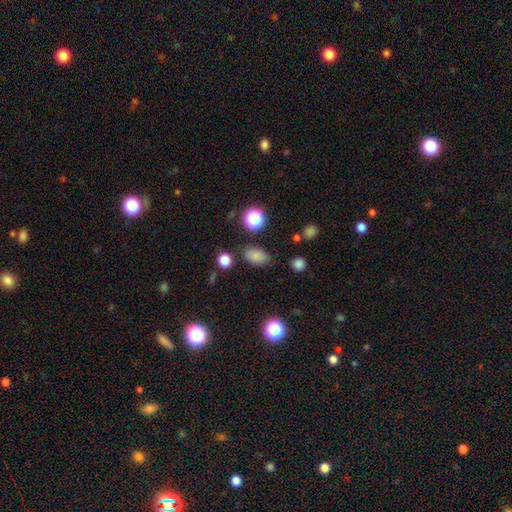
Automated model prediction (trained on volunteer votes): smooth_or_featured: smooth (p=0.79) [alt: star or artifact p=0.14]
how_rounded: in between (p=0.87) [alt: round p=0.11]
merging: none (p=0.77) [alt: minor disturbance p=0.15]